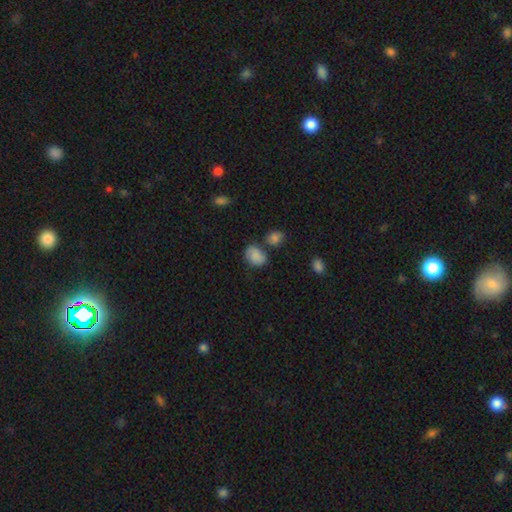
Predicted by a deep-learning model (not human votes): smooth_or_featured: smooth (p=0.82) [alt: star or artifact p=0.10]
how_rounded: in between (p=0.67) [alt: round p=0.32]
merging: none (p=0.59) [alt: minor disturbance p=0.21]